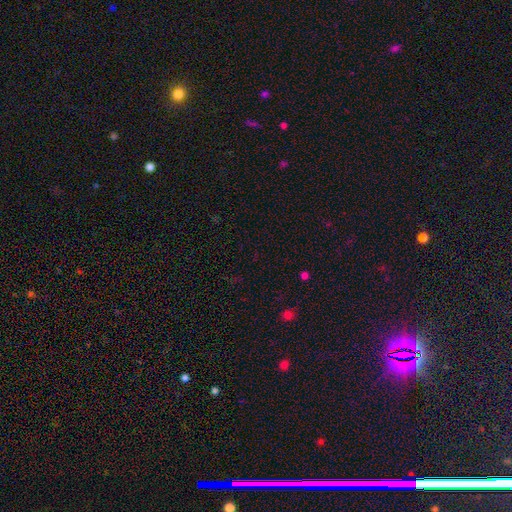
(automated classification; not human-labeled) Smooth or featured? Predicted: star or artifact (p=0.66).